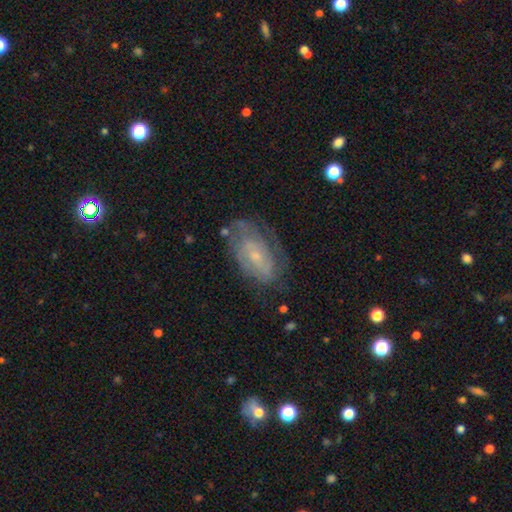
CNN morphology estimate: A featured or disk galaxy (65%) with no bar (65%), spiral arms (74%) and a small central bulge (72%). Merging: none (58%).